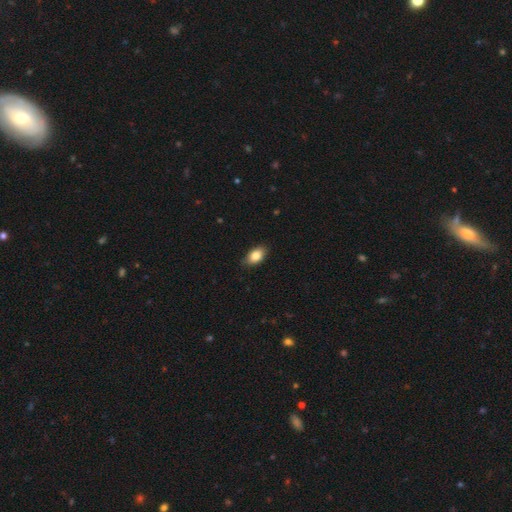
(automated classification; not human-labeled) Smooth or featured? smooth (84%)
How rounded? in between (90%)
Merging? none (85%)